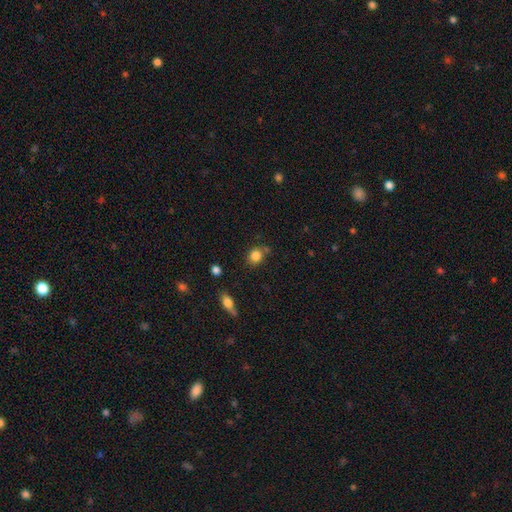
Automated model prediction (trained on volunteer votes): Smooth or featured? smooth (84%)
How rounded? round (74%)
Merging? none (68%)